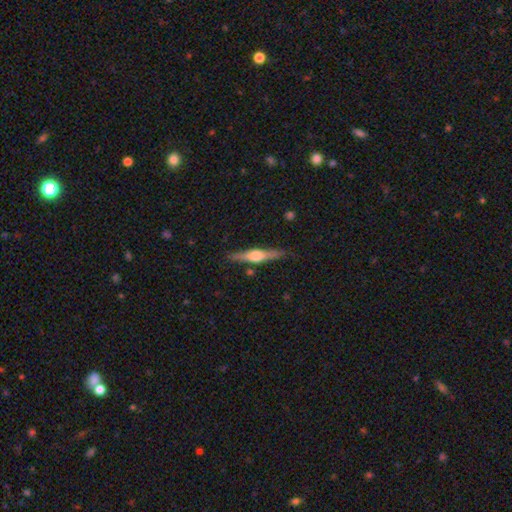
A featured or disk galaxy (90%) viewed edge-on (100%) with a rounded central bulge (91%).

Vote fractions:
- Smooth or featured? featured or disk: 90% / smooth: 8% / star or artifact: 3%
- Edge-on disk? yes: 100% / no: 0%
- Edge-on bulge? rounded: 91% / boxy: 6% / none: 3%
- Merging? none: 89% / minor disturbance: 5% / major disturbance: 3% / merger: 3%